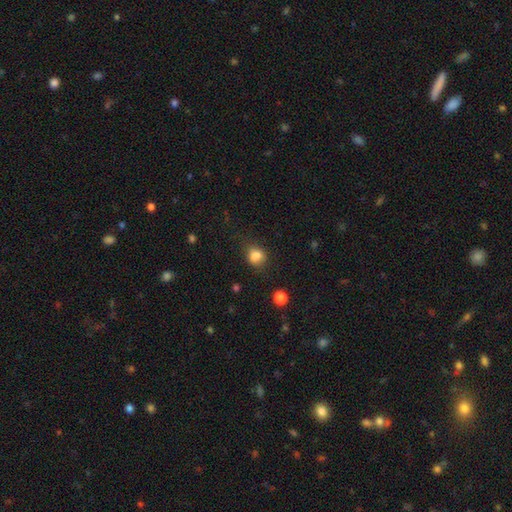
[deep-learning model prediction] Smooth or featured?
  - smooth: 82% *
  - star or artifact: 12%
  - featured or disk: 6%
How rounded?
  - round: 67% *
  - in between: 32%
  - cigar-shaped: 1%
Merging?
  - none: 62% *
  - minor disturbance: 23%
  - merger: 8%
  - major disturbance: 8%